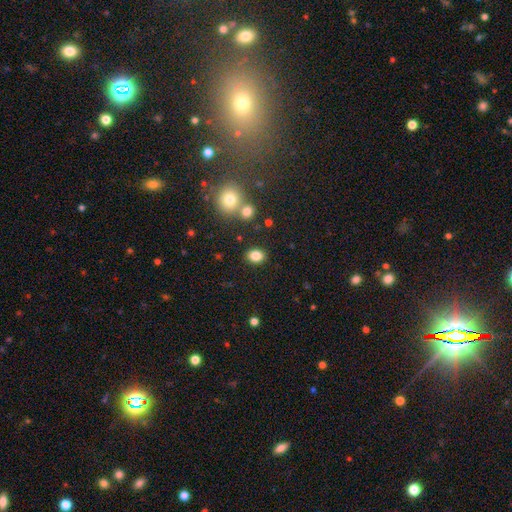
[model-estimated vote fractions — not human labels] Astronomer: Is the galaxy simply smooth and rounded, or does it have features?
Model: smooth — 84%.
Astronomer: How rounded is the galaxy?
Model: in between — 59% (runner-up: round, 40%).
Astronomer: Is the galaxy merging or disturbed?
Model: none — 84%.